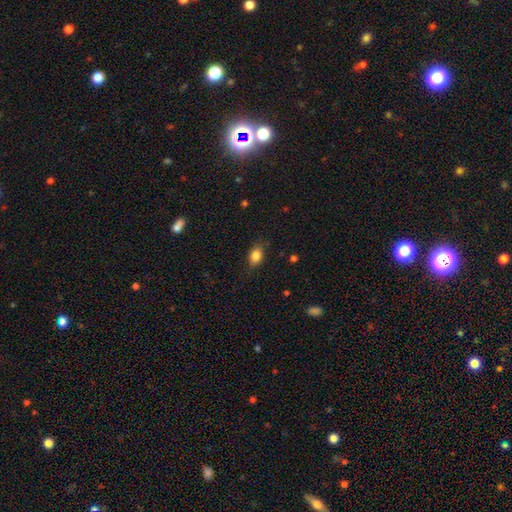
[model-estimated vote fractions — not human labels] This appears to be a smooth galaxy with no disk features (84%) that is in between round and cigar-shaped (75%). Merging: none (77%).